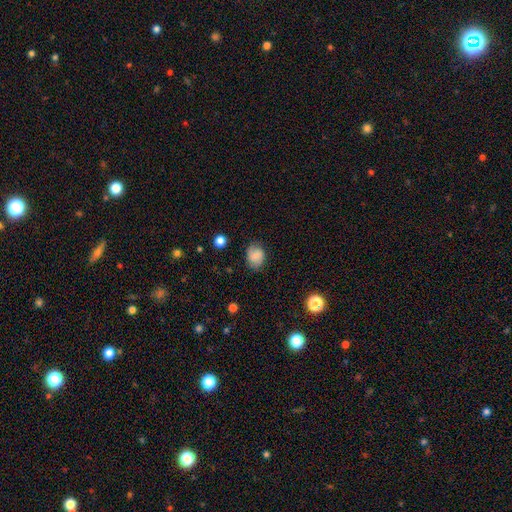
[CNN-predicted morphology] Q: Smooth or featured?
A: smooth (71%); runner-up: featured or disk (19%)
Q: How rounded?
A: in between (54%); runner-up: round (45%)
Q: Merging?
A: none (73%); runner-up: minor disturbance (20%)